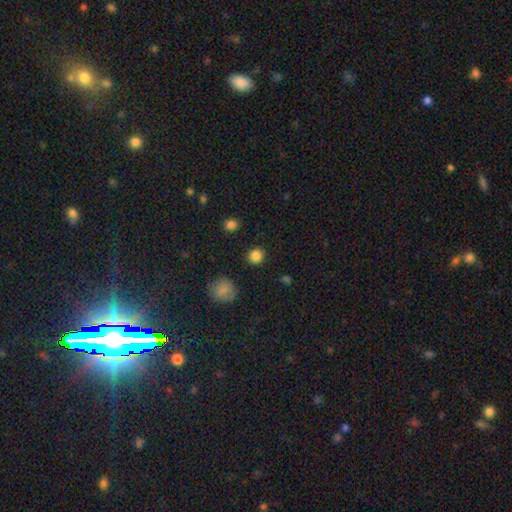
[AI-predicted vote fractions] A smooth galaxy with no disk features (85%) that is round (90%). Merging: none (90%).